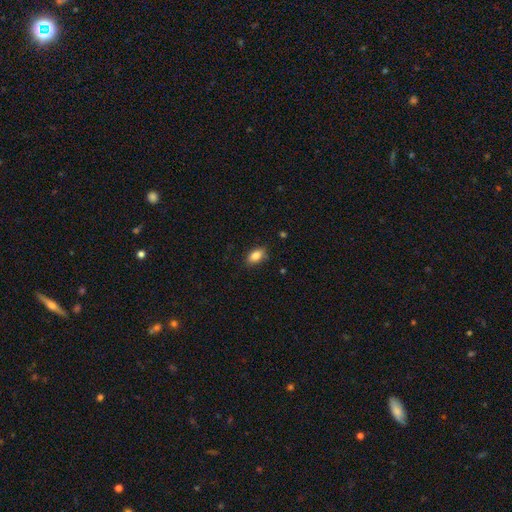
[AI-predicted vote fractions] smooth-or-featured: smooth: 83% | featured or disk: 9% | star or artifact: 8%
  how-rounded: in between: 87% | round: 8% | cigar-shaped: 5%
  merging: none: 81% | minor disturbance: 15% | major disturbance: 3% | merger: 1%